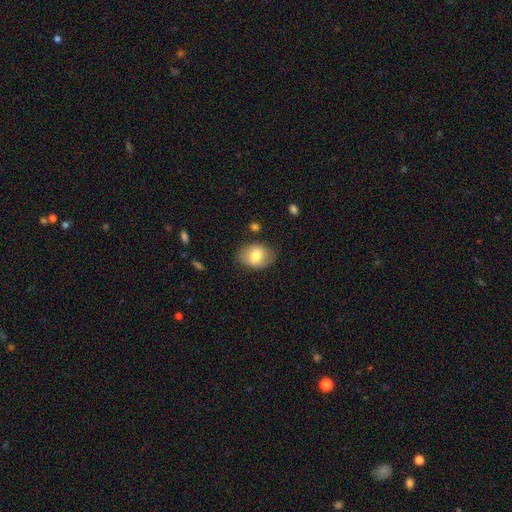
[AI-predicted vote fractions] This is likely a smooth galaxy (75%). How rounded: likely in between (70%). Merging: likely none (78%).